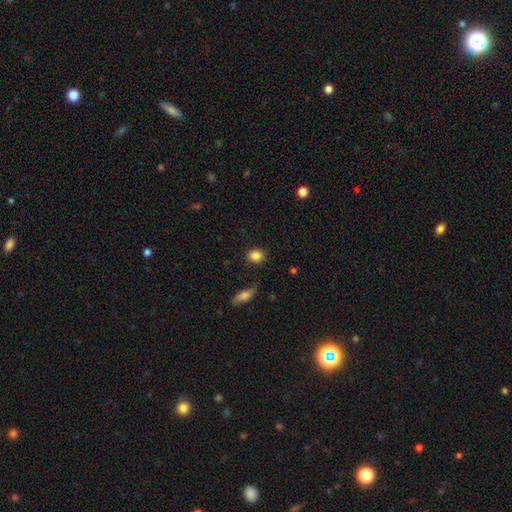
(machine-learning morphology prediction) Smooth or featured? smooth (86%)
How rounded? round (64%)
Merging? none (85%)